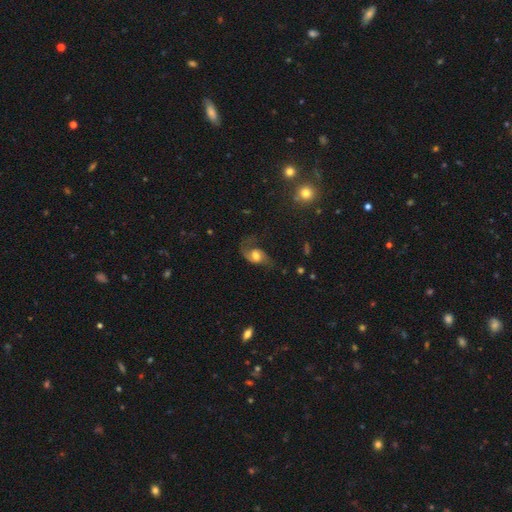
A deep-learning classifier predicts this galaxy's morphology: Smooth or featured? Predicted: featured or disk (p=0.67). Edge-on disk? Predicted: no (p=0.96). Bar? Predicted: no (p=0.62). Spiral arms? Predicted: yes (p=0.90). Spiral winding? Predicted: loose (p=0.59). Spiral arm count? Predicted: 2 (p=0.75). Bulge size? Predicted: moderate (p=0.57). Merging? Predicted: none (p=0.51).